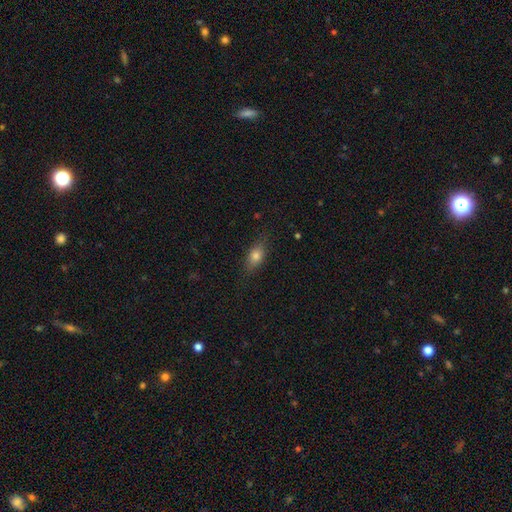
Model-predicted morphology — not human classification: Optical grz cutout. It shows a smooth galaxy with no disk features (74%) that is in between round and cigar-shaped (77%). Merging: none (80%).